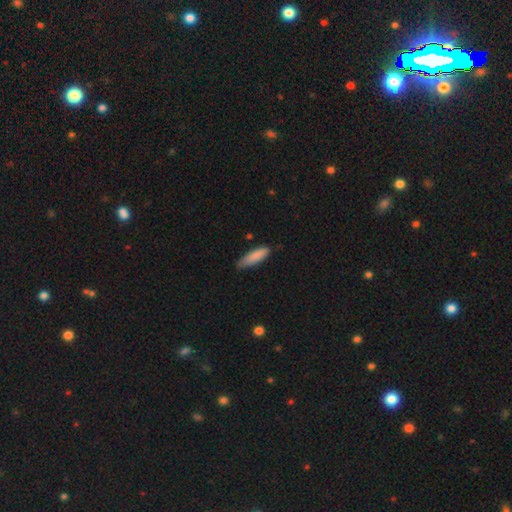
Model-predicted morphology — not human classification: Smooth or featured? smooth (86%)
How rounded? cigar-shaped (61%)
Merging? none (64%)